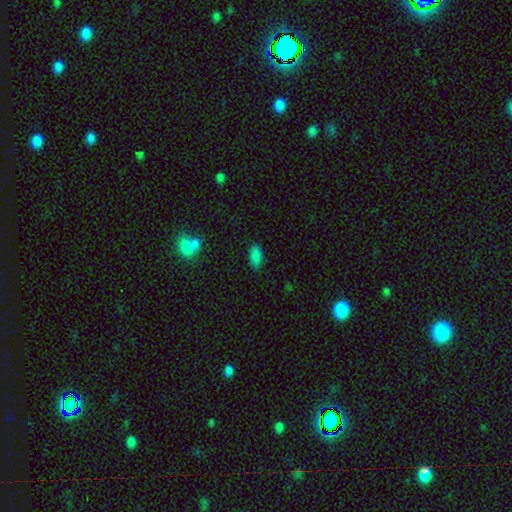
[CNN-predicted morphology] The model was most divided on "merging": none: 83%, minor disturbance: 11%, merger: 3%, major disturbance: 3%. More confident: how rounded — in between (87%); smooth or featured — smooth (85%).